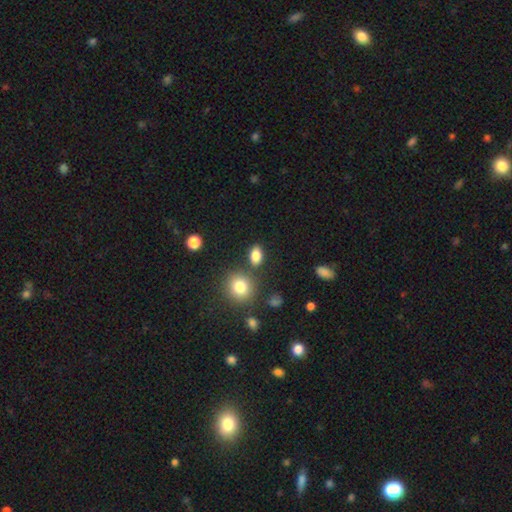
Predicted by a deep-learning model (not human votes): A smooth galaxy with no disk features (84%) that is in between round and cigar-shaped (81%). Merging: none (79%).